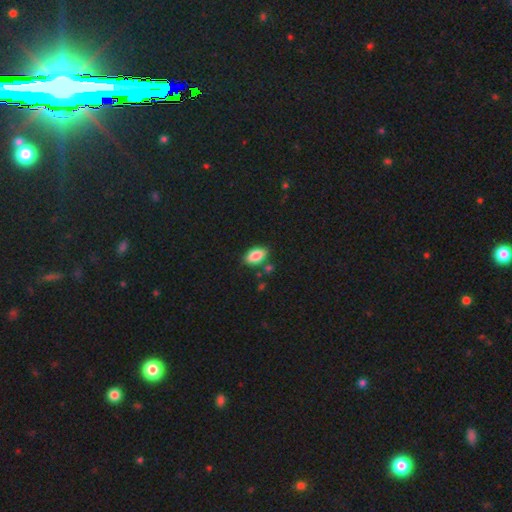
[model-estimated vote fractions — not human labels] Morphology: type=smooth (87%); roundness=in between (92%); merging=none (79%).